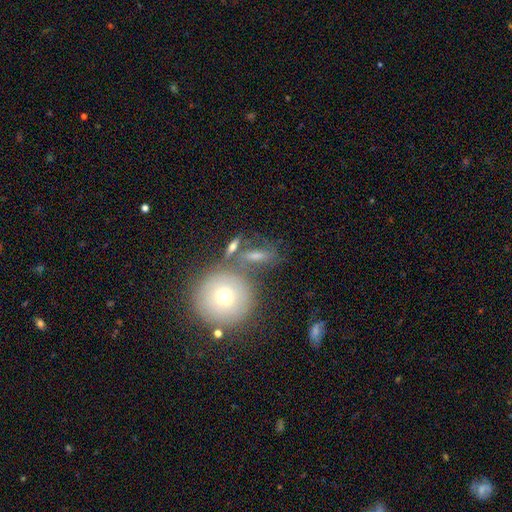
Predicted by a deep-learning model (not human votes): Smooth or featured: smooth — 50% (featured or disk — 36%)
Merging: none — 58% (merger — 21%)